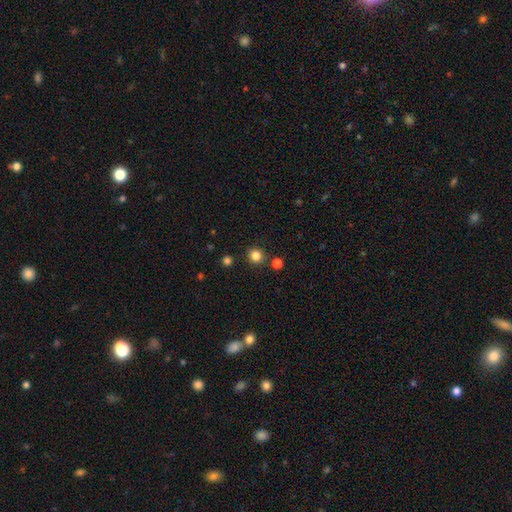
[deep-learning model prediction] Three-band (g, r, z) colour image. It shows a smooth galaxy with no disk features (82%) that is round (92%). Merging: none (88%).